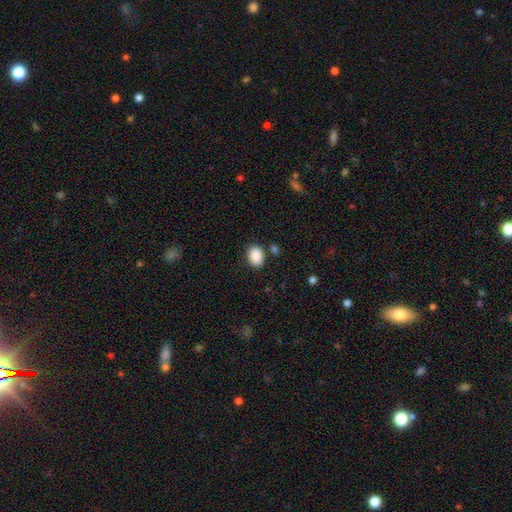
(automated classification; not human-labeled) The model was most divided on "how rounded": in between: 76%, round: 23%, cigar-shaped: 1%. More confident: smooth or featured — smooth (89%); merging — none (80%).